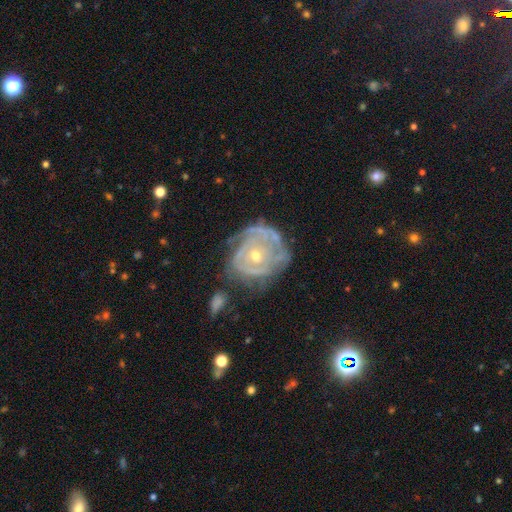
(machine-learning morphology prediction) This is clearly a featured or disk galaxy (83%). It is clearly not viewed edge-on (97%). Bar: clearly no (80%). Spiral arm pattern: clearly yes (84%). Spiral arm count: marginally can't tell (44%). Spiral winding: likely tight (73%). Central bulge: possibly small (51%). Merging: possibly none (52%).